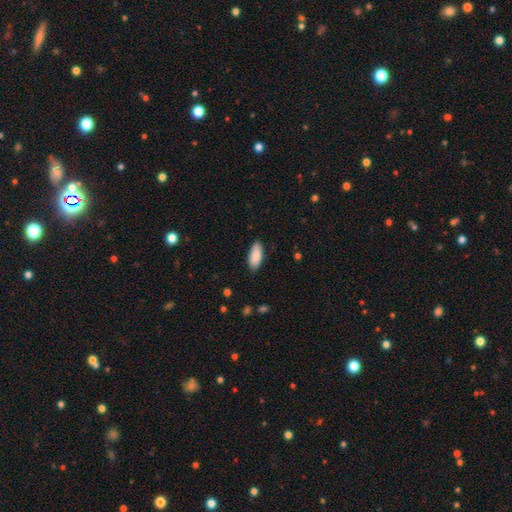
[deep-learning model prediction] A smooth galaxy with no disk features (88%) that is in between round and cigar-shaped (84%). Merging: none (87%).